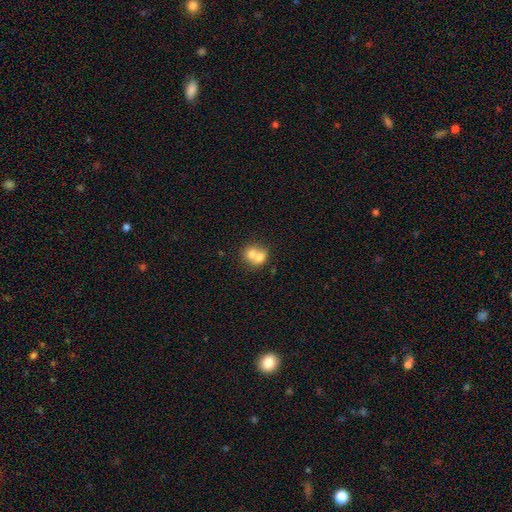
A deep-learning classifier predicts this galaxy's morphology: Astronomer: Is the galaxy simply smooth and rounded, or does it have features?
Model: smooth — 67%.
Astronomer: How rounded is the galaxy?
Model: round — 63%.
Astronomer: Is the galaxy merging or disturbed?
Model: merger — 69%.